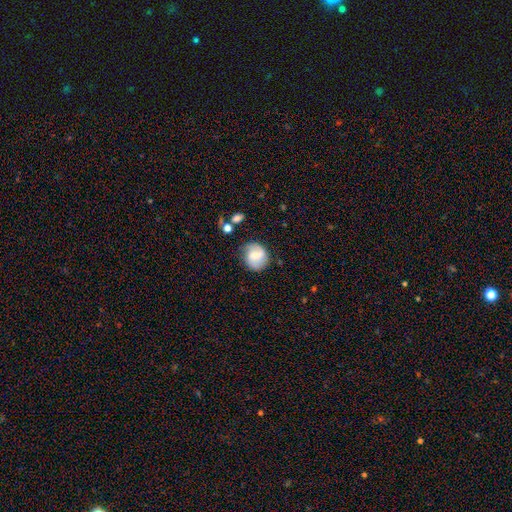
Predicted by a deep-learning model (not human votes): Smooth or featured?
  - smooth: 46% * (tied)
  - featured or disk: 46% * (tied)
  - star or artifact: 8%
Merging?
  - none: 70% *
  - minor disturbance: 20%
  - major disturbance: 7%
  - merger: 3%